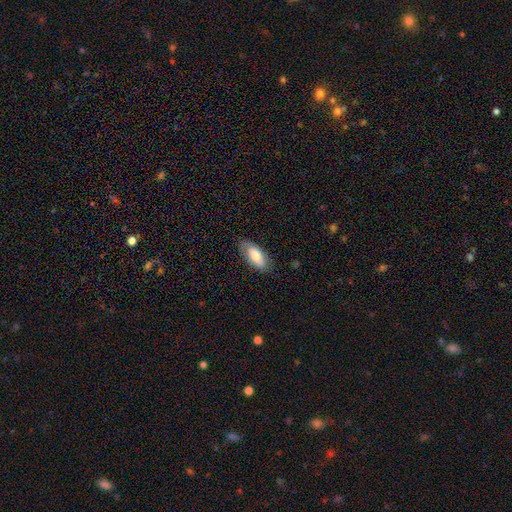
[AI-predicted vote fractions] Smooth or featured: smooth — 73% (featured or disk — 21%)
How rounded: in between — 88% (cigar-shaped — 9%)
Merging: none — 77% (minor disturbance — 17%)